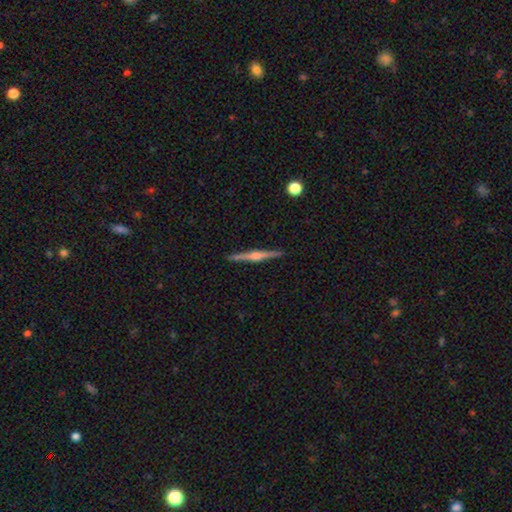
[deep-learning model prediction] Overall: featured or disk (81%). Edge-on disk: yes (99%). Edge-on bulge: rounded (88%). Merging: none (93%).